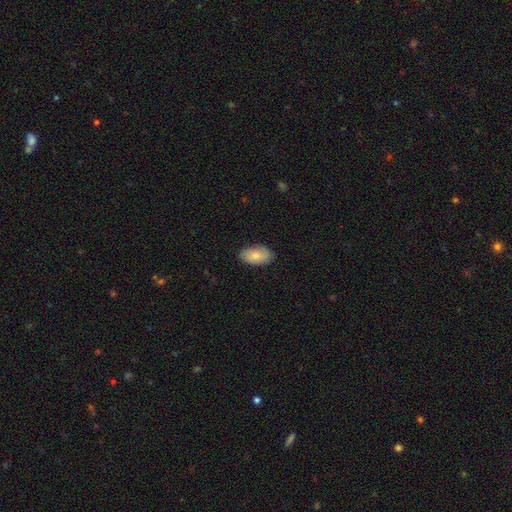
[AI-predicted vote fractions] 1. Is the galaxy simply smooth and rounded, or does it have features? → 81% smooth, 13% featured or disk, 6% star or artifact.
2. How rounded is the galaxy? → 94% in between, 4% round, 2% cigar-shaped.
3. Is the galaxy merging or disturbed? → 85% none, 12% minor disturbance, 2% major disturbance, 1% merger.